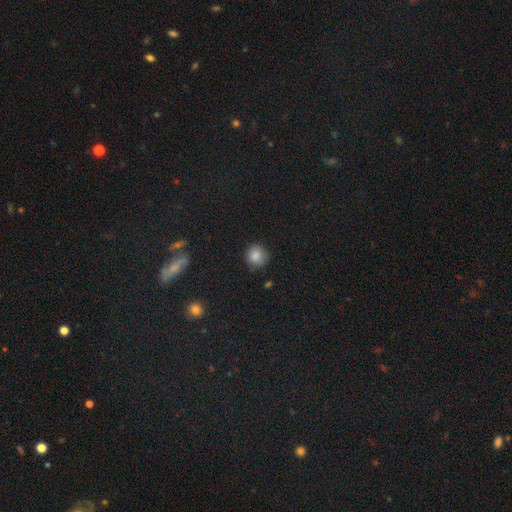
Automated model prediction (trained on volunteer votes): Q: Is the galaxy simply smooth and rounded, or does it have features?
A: smooth — 85%.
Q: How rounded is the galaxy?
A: round — 91%.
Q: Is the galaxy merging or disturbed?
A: none — 83%.